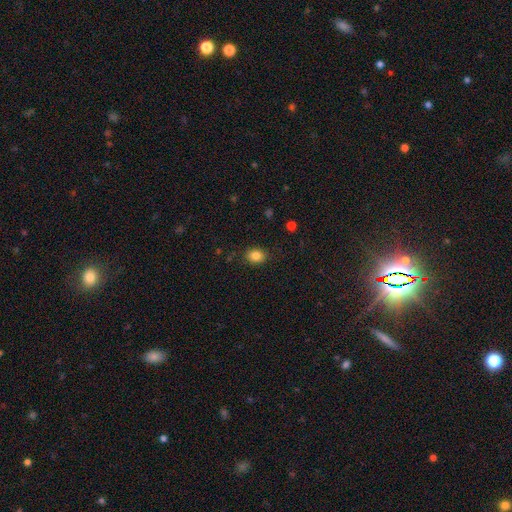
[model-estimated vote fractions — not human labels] A smooth galaxy with no disk features (85%) that is in between round and cigar-shaped (57%). Merging: none (85%).